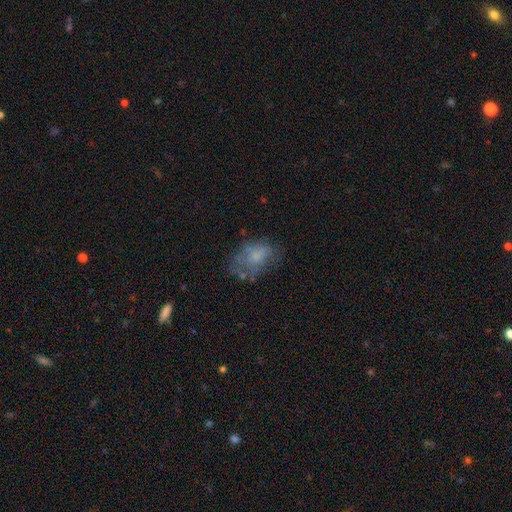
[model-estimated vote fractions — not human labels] The model was most divided on "smooth or featured": smooth: 50%, featured or disk: 38%, star or artifact: 12%. Remaining: how rounded — in between (81%); merging — none (46%).